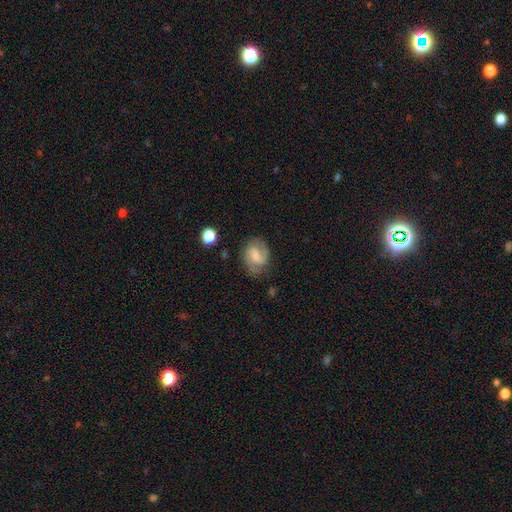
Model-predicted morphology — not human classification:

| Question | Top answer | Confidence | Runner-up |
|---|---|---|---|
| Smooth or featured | featured or disk | 73% | smooth (20%) |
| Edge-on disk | no | 98% | yes (2%) |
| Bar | weak | 54% | no (29%) |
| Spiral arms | yes | 94% | no (6%) |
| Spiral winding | medium | 51% | tight (30%) |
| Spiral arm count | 2 | 86% | can't tell (6%) |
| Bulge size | small | 38% | moderate (34%) |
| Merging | none | 73% | minor disturbance (18%) |